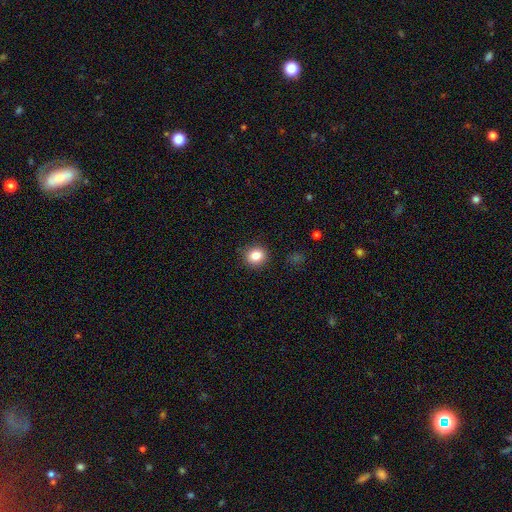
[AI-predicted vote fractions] Overall: smooth (84%). How rounded: round (82%). Merging: none (90%).